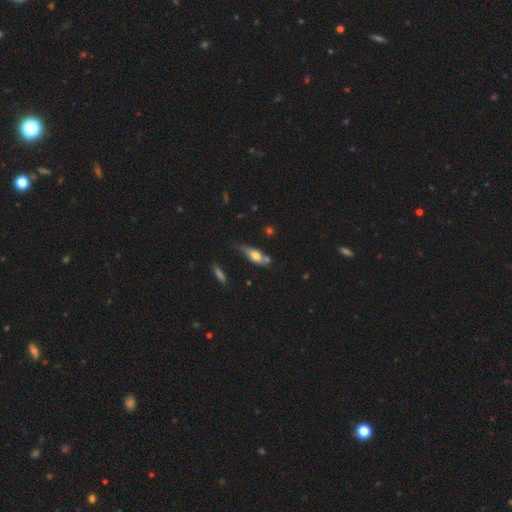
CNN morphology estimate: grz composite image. It shows a smooth galaxy with no disk features (60%) that is in between round and cigar-shaped (70%). Merging: none (38%).